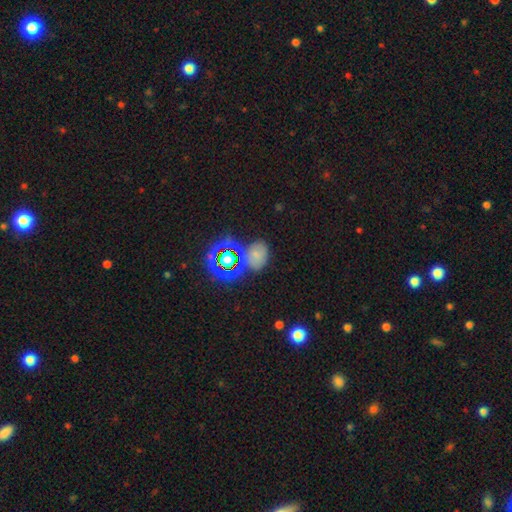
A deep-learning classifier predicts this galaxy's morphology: smooth 52%, star or artifact 35%, featured or disk 13%. Down the decision tree: how rounded — in between (64%); merging — none (62%).